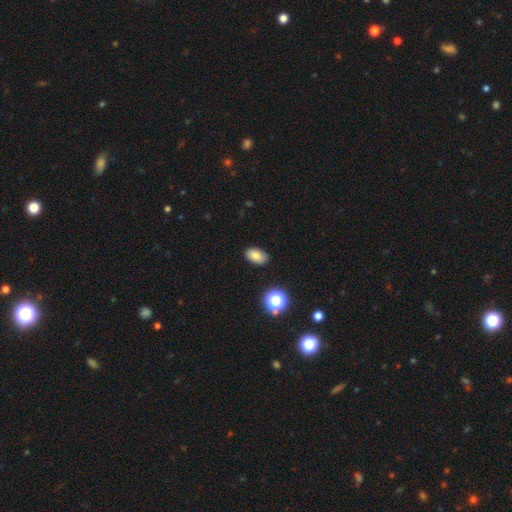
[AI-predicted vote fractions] smooth 80%, star or artifact 12%, featured or disk 9%. Down the decision tree: how rounded — in between (89%); merging — none (88%).